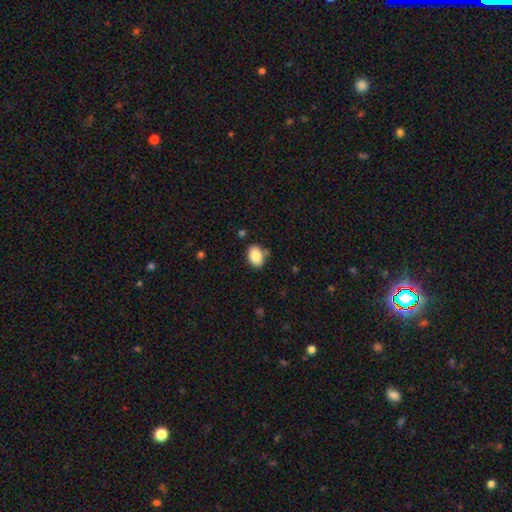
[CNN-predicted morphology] Overall: smooth (87%). How rounded: in between (82%). Merging: none (77%).